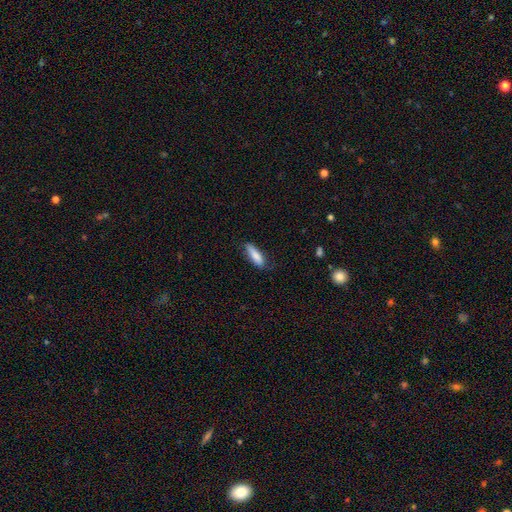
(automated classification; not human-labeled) A smooth galaxy with no disk features (83%) that is cigar-shaped (53%).

Vote fractions:
- Smooth or featured? smooth: 83% / featured or disk: 11% / star or artifact: 6%
- How rounded? cigar-shaped: 53% / in between: 46% / round: 2%
- Merging? none: 72% / minor disturbance: 22% / major disturbance: 5% / merger: 1%